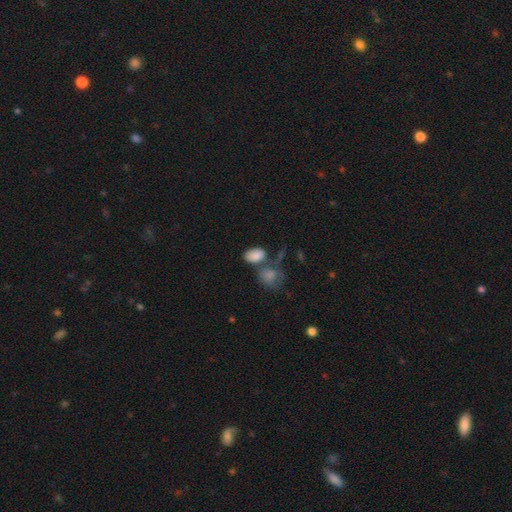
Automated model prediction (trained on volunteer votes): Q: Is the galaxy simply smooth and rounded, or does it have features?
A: smooth — 84%.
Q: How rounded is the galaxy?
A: in between — 89%.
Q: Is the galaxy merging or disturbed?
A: none — 45%.